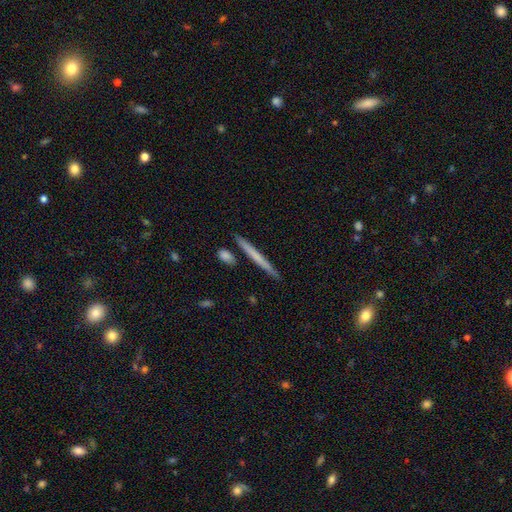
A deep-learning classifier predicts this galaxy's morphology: This is possibly a smooth galaxy (57%). How rounded: clearly cigar-shaped (97%). Merging: clearly none (88%).